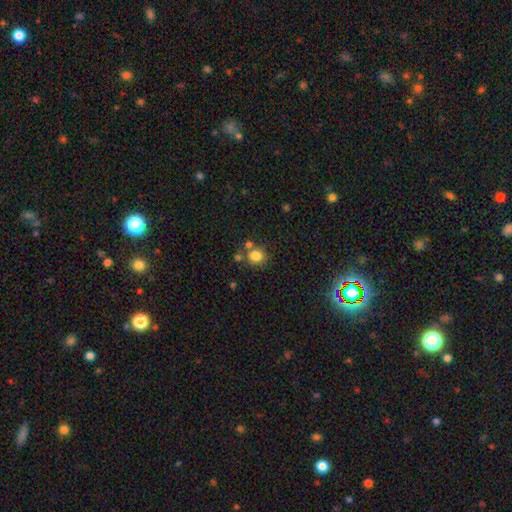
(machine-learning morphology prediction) Smooth or featured? Predicted: smooth (p=0.81). How rounded? Predicted: round (p=0.87). Merging? Predicted: none (p=0.69).